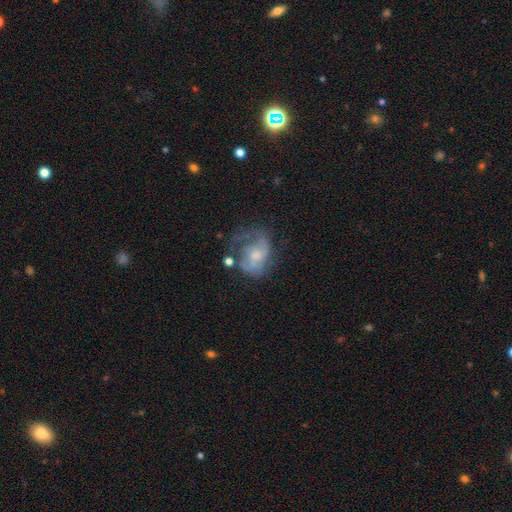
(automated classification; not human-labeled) A featured or disk galaxy (67%) with no bar (70%), spiral arms (72%) and a moderate central bulge (46%).

Vote fractions:
- Smooth or featured? featured or disk: 67% / smooth: 25% / star or artifact: 8%
- Edge-on disk? no: 97% / yes: 3%
- Bar? no: 70% / weak: 26% / strong: 4%
- Spiral arms? yes: 72% / no: 28%
- Bulge size? moderate: 46% / small: 35% / none: 11% / large: 7% / dominant: 1%
- Merging? none: 37% / major disturbance: 34% / minor disturbance: 23% / merger: 5%